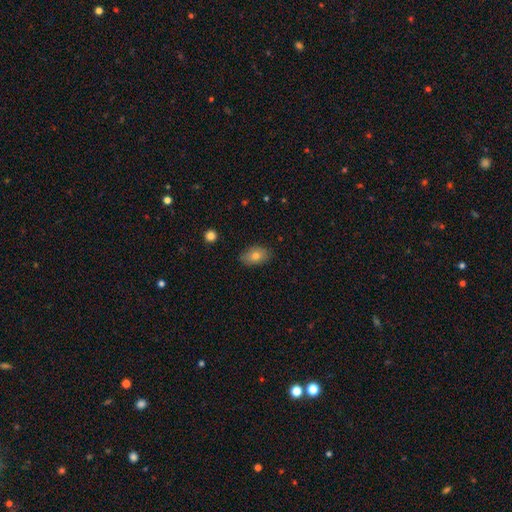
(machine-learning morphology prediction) This appears to be a smooth galaxy with no disk features (77%) that is in between round and cigar-shaped (83%). Merging: none (82%).